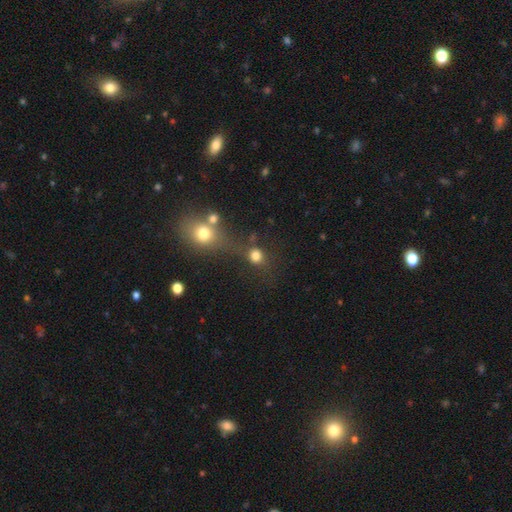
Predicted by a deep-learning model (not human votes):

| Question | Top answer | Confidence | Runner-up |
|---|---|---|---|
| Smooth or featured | smooth | 77% | star or artifact (15%) |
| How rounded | round | 82% | in between (17%) |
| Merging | none | 52% | merger (28%) |